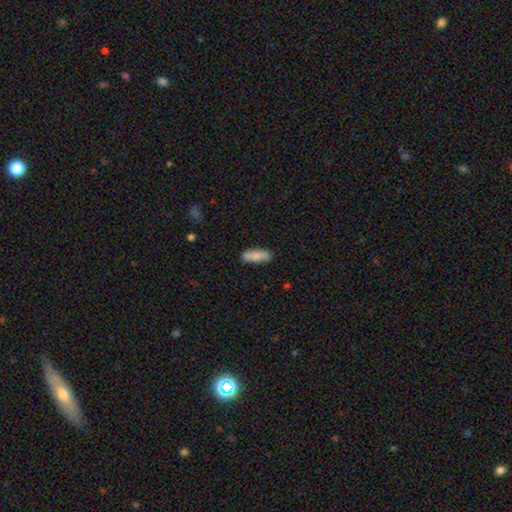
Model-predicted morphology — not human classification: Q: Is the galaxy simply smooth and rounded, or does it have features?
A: smooth — 80%.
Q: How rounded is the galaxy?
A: in between — 62%.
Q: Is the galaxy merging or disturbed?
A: none — 77%.